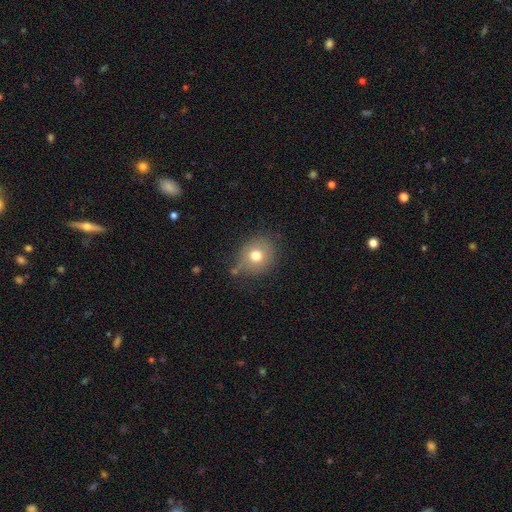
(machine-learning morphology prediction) The model was most divided on "merging": none: 68%, minor disturbance: 21%, major disturbance: 6%, merger: 5%. More confident: how rounded — round (79%); smooth or featured — smooth (75%).